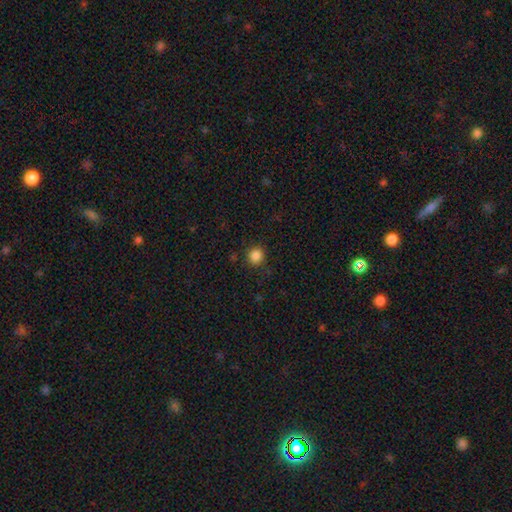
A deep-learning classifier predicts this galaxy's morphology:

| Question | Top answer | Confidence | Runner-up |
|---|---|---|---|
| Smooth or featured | smooth | 85% | star or artifact (11%) |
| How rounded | round | 89% | in between (10%) |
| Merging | none | 88% | minor disturbance (8%) |